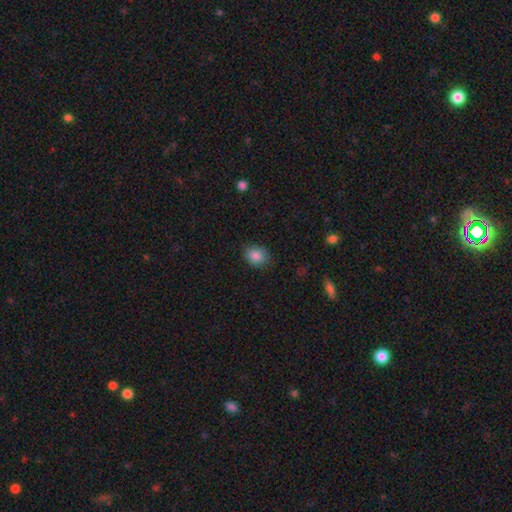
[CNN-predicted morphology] Overall: smooth (85%). How rounded: in between (53%; round 46%). Merging: none (81%).